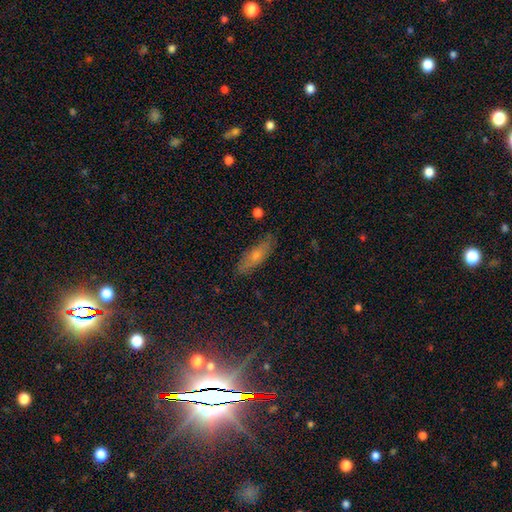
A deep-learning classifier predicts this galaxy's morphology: A smooth galaxy with no disk features (63%) that is cigar-shaped (50%).

Vote fractions:
- Smooth or featured? smooth: 63% / featured or disk: 28% / star or artifact: 9%
- How rounded? cigar-shaped: 50% / in between: 48% / round: 3%
- Merging? none: 82% / minor disturbance: 14% / major disturbance: 3% / merger: 2%